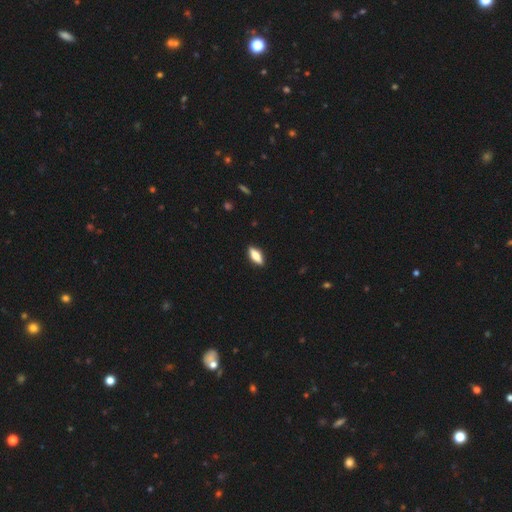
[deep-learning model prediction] smooth-or-featured: smooth: 70% | featured or disk: 24% | star or artifact: 7%
  how-rounded: in between: 72% | cigar-shaped: 25% | round: 3%
  merging: none: 89% | minor disturbance: 8% | major disturbance: 2% | merger: 1%